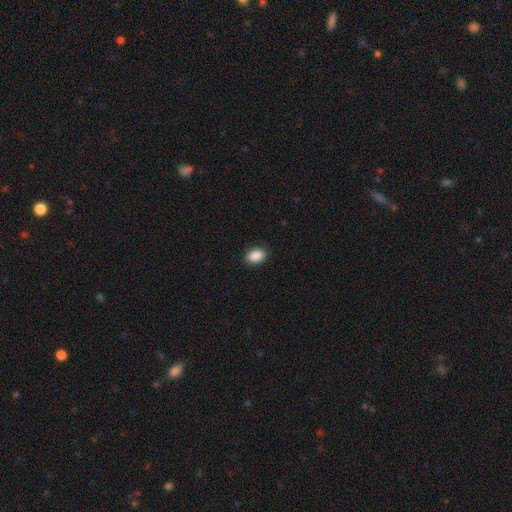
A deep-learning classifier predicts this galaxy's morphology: Smooth or featured: smooth — 90% (star or artifact — 8%)
How rounded: in between — 81% (round — 18%)
Merging: none — 89% (minor disturbance — 8%)